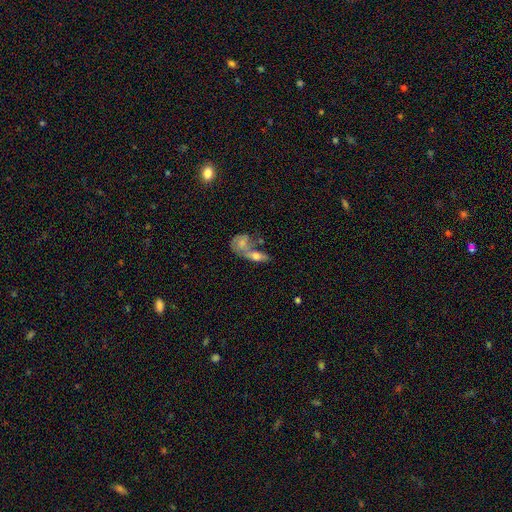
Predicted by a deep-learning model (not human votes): Smooth or featured?
  - smooth: 54% *
  - featured or disk: 37%
  - star or artifact: 9%
How rounded?
  - in between: 68% *
  - cigar-shaped: 19%
  - round: 13%
Merging?
  - merger: 62% *
  - none: 23%
  - minor disturbance: 9%
  - major disturbance: 7%